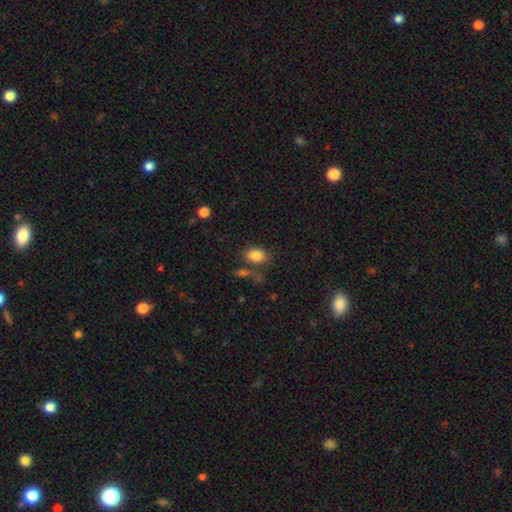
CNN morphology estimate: Smooth or featured? smooth (83%)
How rounded? in between (78%)
Merging? none (67%)